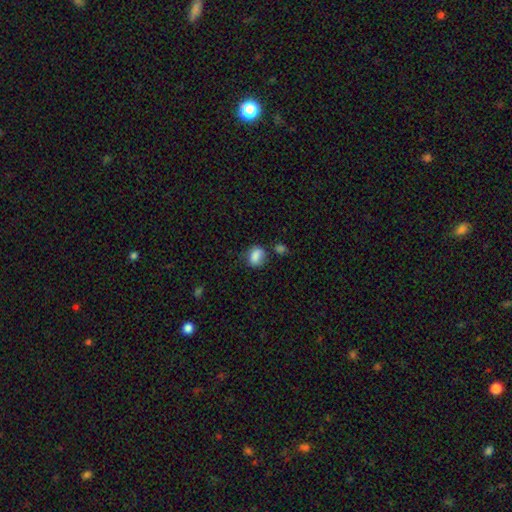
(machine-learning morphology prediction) Smooth or featured? smooth (83%)
How rounded? in between (65%)
Merging? none (61%)